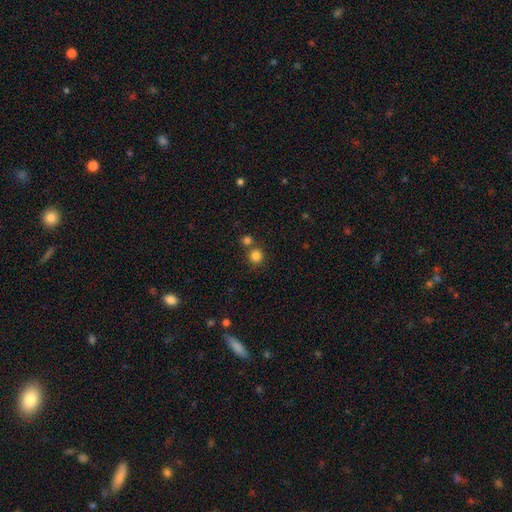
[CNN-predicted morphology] A smooth galaxy with no disk features (83%) that is round (92%). Merging: none (70%).